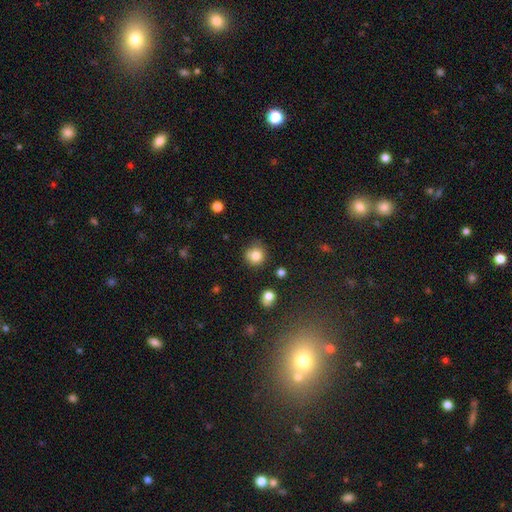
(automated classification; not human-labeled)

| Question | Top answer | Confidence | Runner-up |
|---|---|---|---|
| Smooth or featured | smooth | 83% | star or artifact (11%) |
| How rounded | round | 90% | in between (9%) |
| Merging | none | 78% | minor disturbance (15%) |